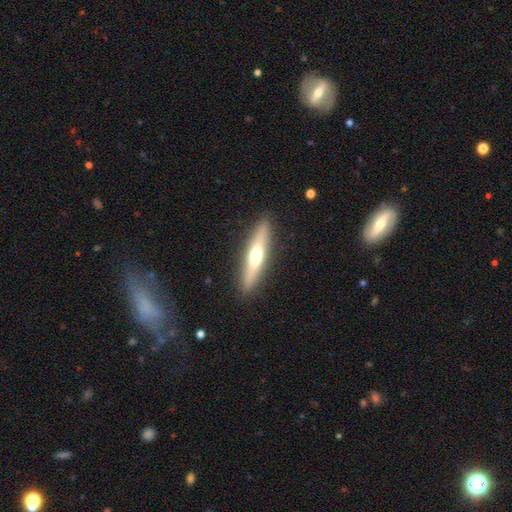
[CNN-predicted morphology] Smooth or featured?
  - featured or disk: 48% *
  - smooth: 47%
  - star or artifact: 6%
Merging?
  - none: 90% *
  - minor disturbance: 7%
  - major disturbance: 2%
  - merger: 1%